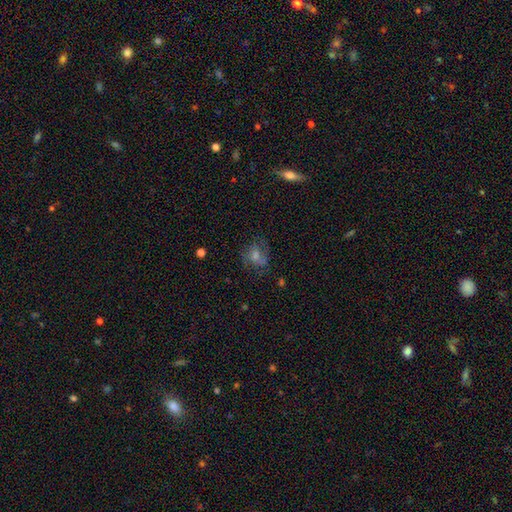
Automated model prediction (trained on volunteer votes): A featured or disk galaxy (57%) with no bar (56%), spiral arms (84%) and a moderate central bulge (46%). Merging: none (69%).